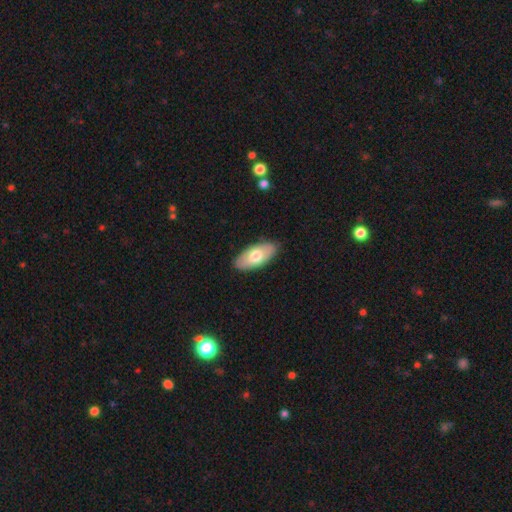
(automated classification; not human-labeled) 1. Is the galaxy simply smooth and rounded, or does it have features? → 69% smooth, 26% featured or disk, 5% star or artifact.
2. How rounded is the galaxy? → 91% in between, 6% cigar-shaped, 2% round.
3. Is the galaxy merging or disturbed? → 87% none, 10% minor disturbance, 2% major disturbance, 1% merger.